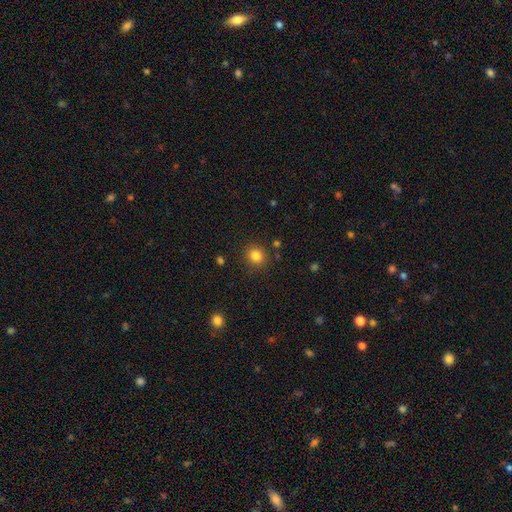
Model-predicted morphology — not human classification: Smooth or featured? smooth (83%)
How rounded? round (86%)
Merging? none (87%)